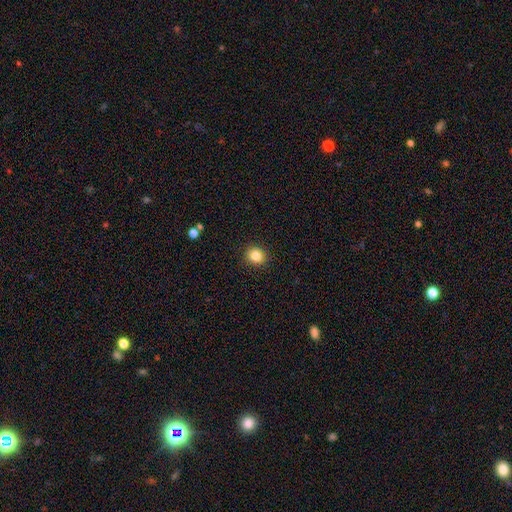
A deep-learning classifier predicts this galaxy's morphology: smooth_or_featured: smooth (p=0.84) [alt: star or artifact p=0.11]
how_rounded: round (p=0.85) [alt: in between p=0.14]
merging: none (p=0.91) [alt: minor disturbance p=0.06]